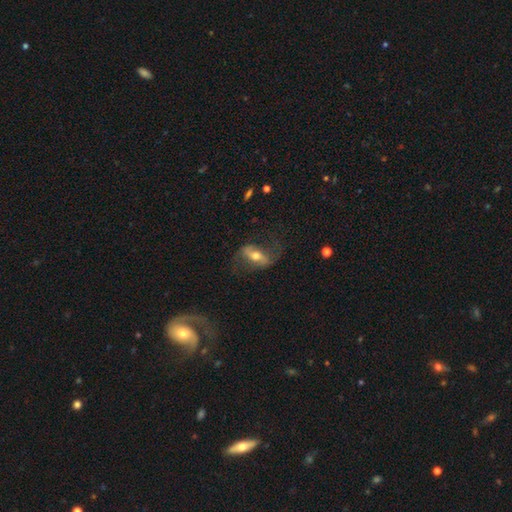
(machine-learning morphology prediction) featured or disk 67%, smooth 25%, star or artifact 7%. Down the decision tree: edge-on disk — no (83%); bar — strong (47%); spiral arms — yes (75%); bulge size — moderate (67%); merging — none (61%).